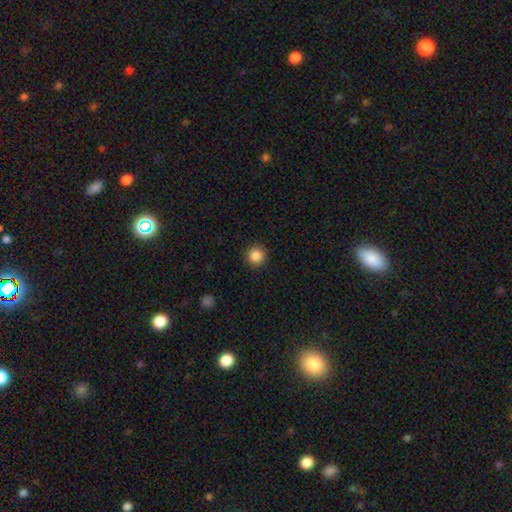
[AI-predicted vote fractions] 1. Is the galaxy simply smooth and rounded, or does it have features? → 87% smooth, 10% star or artifact, 4% featured or disk.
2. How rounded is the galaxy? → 95% round, 4% in between, 1% cigar-shaped.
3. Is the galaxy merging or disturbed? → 92% none, 5% minor disturbance, 2% major disturbance, 1% merger.